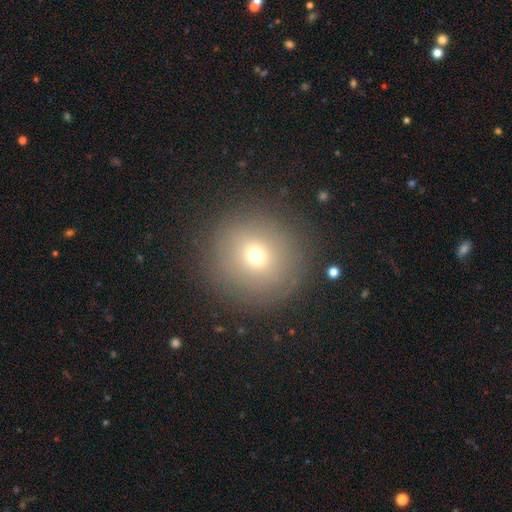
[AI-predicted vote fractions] Smooth or featured: smooth — 67% (star or artifact — 17%)
How rounded: round — 95% (in between — 4%)
Merging: none — 88% (minor disturbance — 7%)